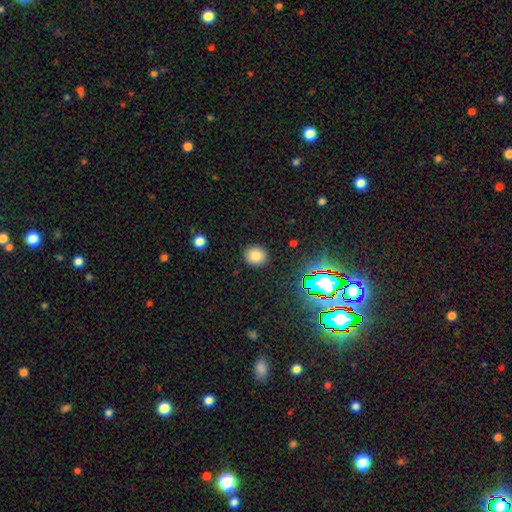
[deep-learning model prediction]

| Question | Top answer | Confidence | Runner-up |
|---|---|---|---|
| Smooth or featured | smooth | 79% | star or artifact (15%) |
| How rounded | round | 79% | in between (20%) |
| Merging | none | 90% | minor disturbance (7%) |